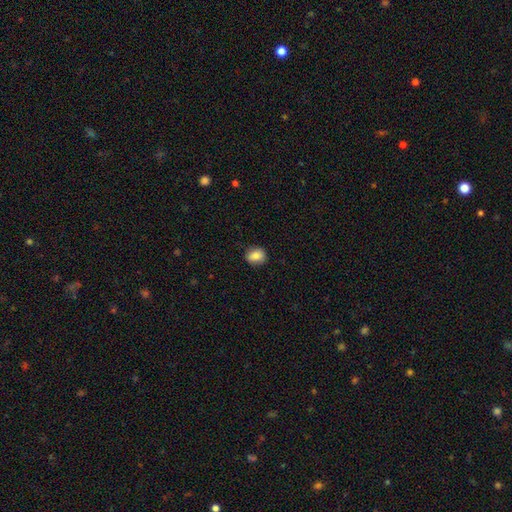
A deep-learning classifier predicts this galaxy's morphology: smooth-or-featured: smooth: 85% | star or artifact: 8% | featured or disk: 7%
  how-rounded: round: 58% | in between: 41% | cigar-shaped: 1%
  merging: none: 88% | minor disturbance: 9% | major disturbance: 2% | merger: 1%